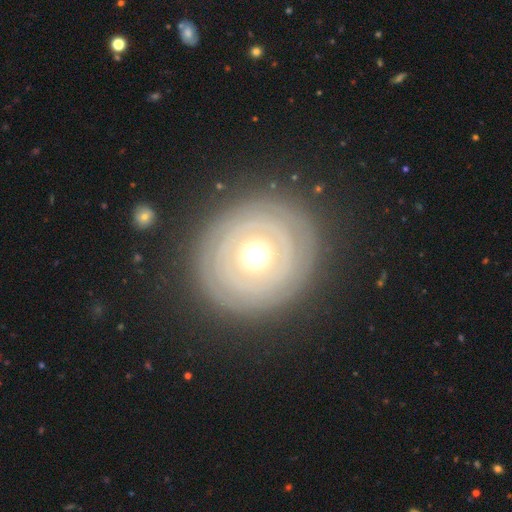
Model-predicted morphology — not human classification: Q: Smooth or featured?
A: featured or disk (72%); runner-up: smooth (22%)
Q: Edge-on disk?
A: no (96%); runner-up: yes (4%)
Q: Bar?
A: no (88%); runner-up: weak (8%)
Q: Spiral arms?
A: yes (57%); runner-up: no (43%)
Q: Bulge size?
A: moderate (68%); runner-up: small (21%)
Q: Merging?
A: none (84%); runner-up: minor disturbance (10%)